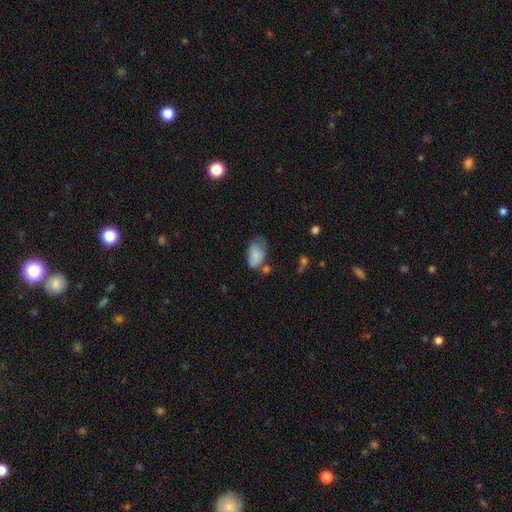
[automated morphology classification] type=smooth (77%); roundness=in between (91%); merging=none (36%).